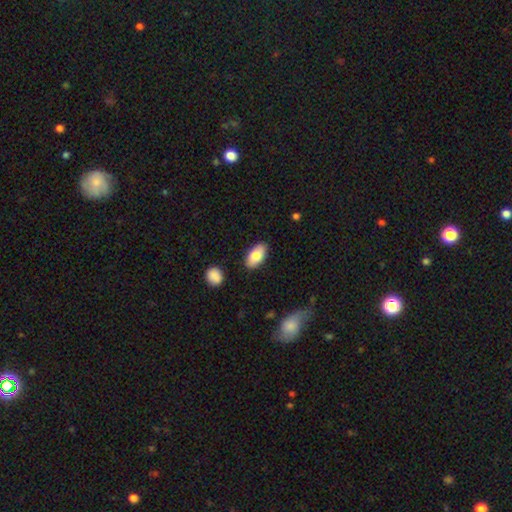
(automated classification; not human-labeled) Q: Smooth or featured?
A: smooth (82%); runner-up: featured or disk (12%)
Q: How rounded?
A: in between (93%); runner-up: cigar-shaped (4%)
Q: Merging?
A: none (86%); runner-up: minor disturbance (10%)